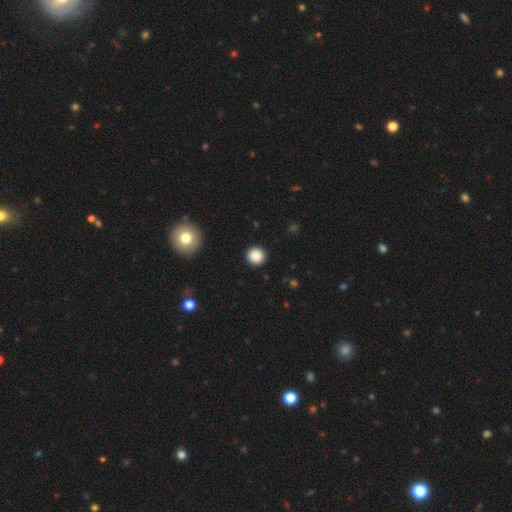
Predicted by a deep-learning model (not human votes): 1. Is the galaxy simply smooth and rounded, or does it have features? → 87% smooth, 10% star or artifact, 3% featured or disk.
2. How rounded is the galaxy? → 95% round, 4% in between, 1% cigar-shaped.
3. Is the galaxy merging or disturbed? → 92% none, 5% minor disturbance, 2% major disturbance, 1% merger.